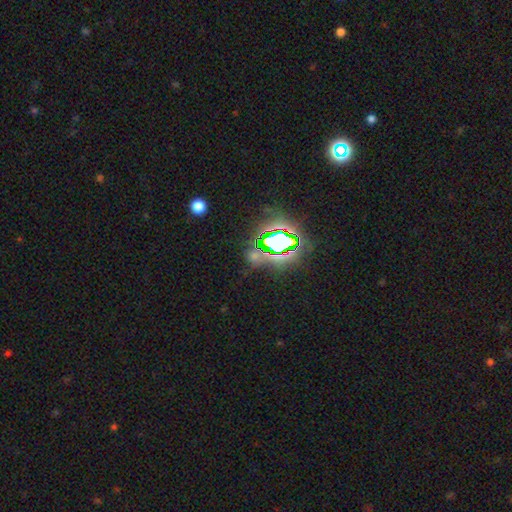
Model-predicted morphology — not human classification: A star or artifact, not a galaxy (74%).